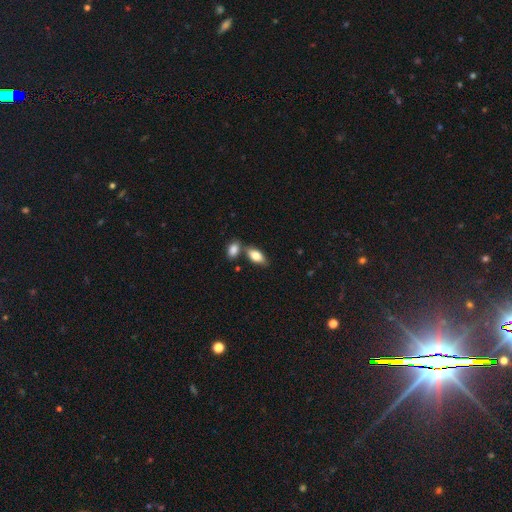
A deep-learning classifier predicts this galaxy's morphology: This appears to be a smooth galaxy with no disk features (80%) that is in between round and cigar-shaped (89%). Merging: none (61%).